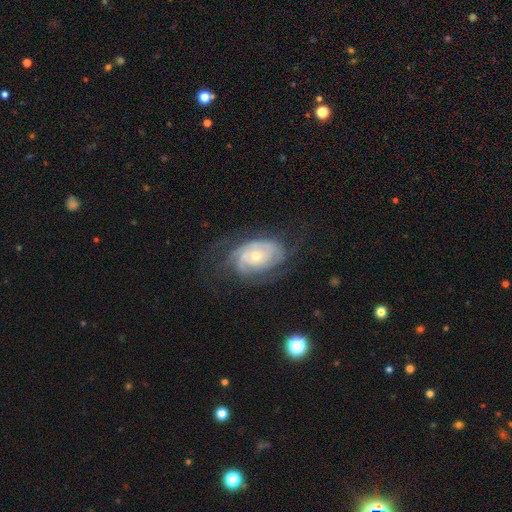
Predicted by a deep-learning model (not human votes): The model was most divided on "bulge size": small: 48%, moderate: 47%, large: 3%, none: 1%, dominant: 1%. Remaining: edge-on disk — no (96%); spiral arms — yes (93%); smooth or featured — featured or disk (83%); bar — no (77%); spiral winding — tight (67%); merging — none (60%); spiral arm count — can't tell (38%).